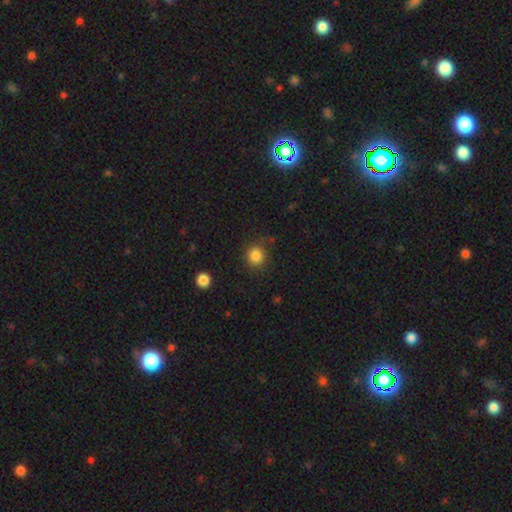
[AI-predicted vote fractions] This is clearly a smooth galaxy (85%). How rounded: clearly round (88%). Merging: clearly none (87%).